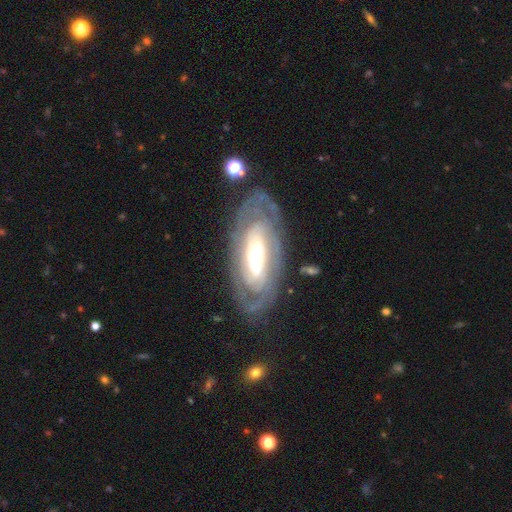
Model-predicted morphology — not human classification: This appears to be a featured or disk galaxy (84%) with a strong bar (46%), tight (71%) spiral arms (86%) and a moderate central bulge (56%). Merging: none (73%).